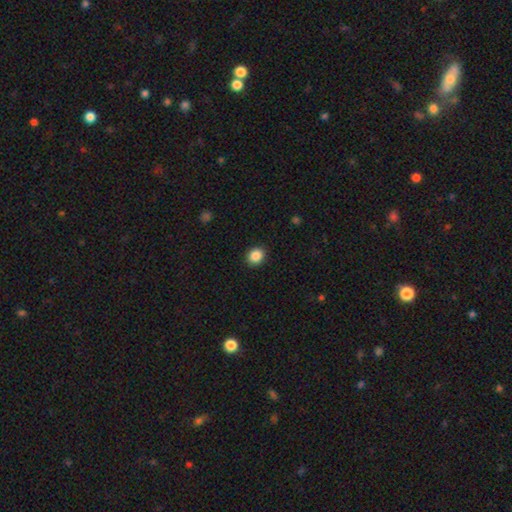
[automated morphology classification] Smooth or featured?
  - smooth: 88% *
  - star or artifact: 9%
  - featured or disk: 3%
How rounded?
  - round: 66% *
  - in between: 33%
  - cigar-shaped: 1%
Merging?
  - none: 90% *
  - minor disturbance: 7%
  - major disturbance: 2%
  - merger: 1%